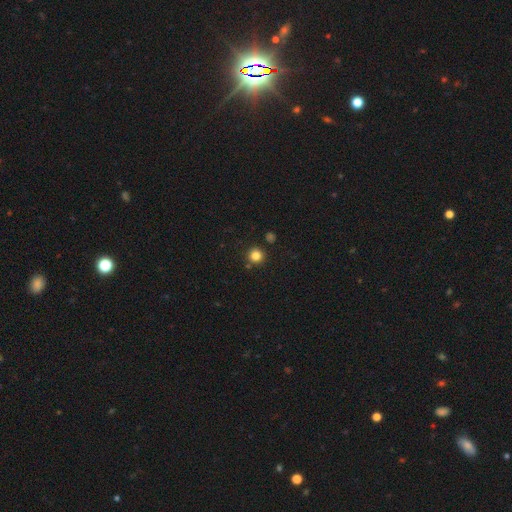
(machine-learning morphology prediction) smooth-or-featured: smooth: 82% | star or artifact: 13% | featured or disk: 5%
  how-rounded: round: 95% | in between: 4% | cigar-shaped: 1%
  merging: none: 87% | minor disturbance: 7% | merger: 4% | major disturbance: 2%